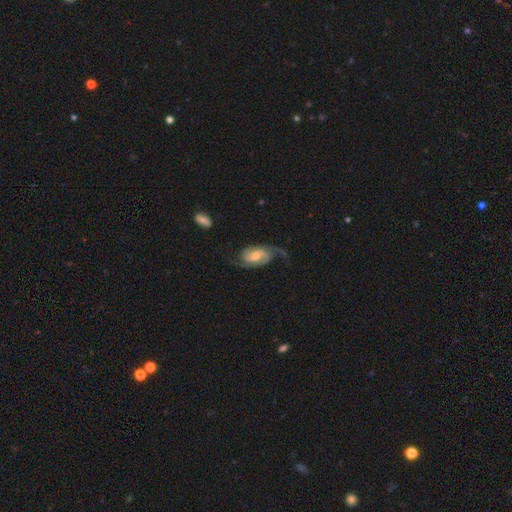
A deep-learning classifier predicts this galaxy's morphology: This is clearly a featured or disk galaxy (81%). It is clearly not viewed edge-on (96%). Bar: possibly weak (45%). Spiral arm pattern: clearly yes (96%). Spiral arm count: likely 2 (79%). Spiral winding: marginally medium (44%). Central bulge: possibly moderate (54%). Merging: possibly none (58%).